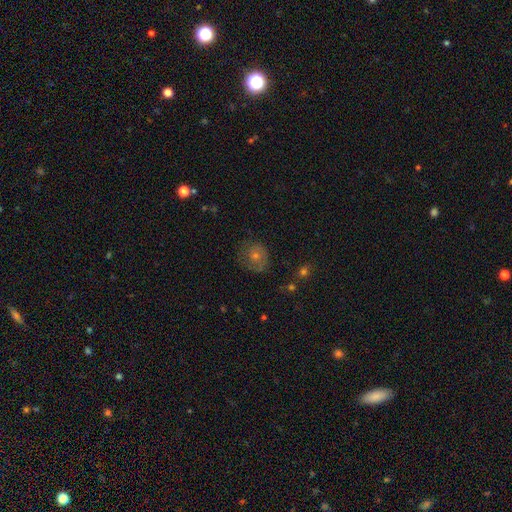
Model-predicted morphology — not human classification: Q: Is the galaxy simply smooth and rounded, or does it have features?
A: featured or disk — 45%.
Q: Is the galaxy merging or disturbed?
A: none — 73%.